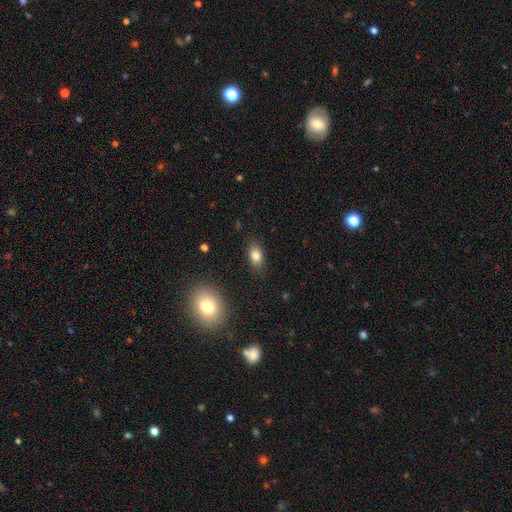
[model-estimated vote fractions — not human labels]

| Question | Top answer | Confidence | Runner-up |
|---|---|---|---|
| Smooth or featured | smooth | 81% | star or artifact (10%) |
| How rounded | in between | 84% | round (13%) |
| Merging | none | 85% | minor disturbance (11%) |